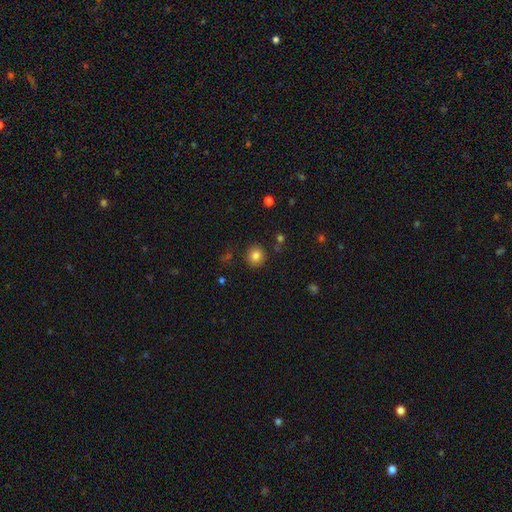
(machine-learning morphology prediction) This appears to be a smooth galaxy with no disk features (82%) that is round (92%). Merging: none (88%).